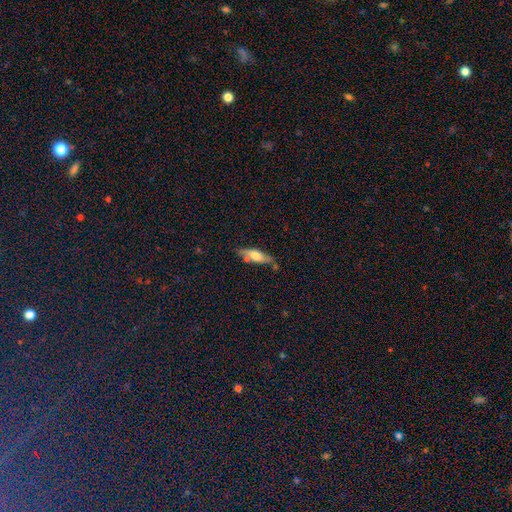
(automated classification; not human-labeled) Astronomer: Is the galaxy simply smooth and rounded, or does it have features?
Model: smooth — 53% (runner-up: featured or disk, 39%).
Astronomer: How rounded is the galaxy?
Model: cigar-shaped — 50% (runner-up: in between, 48%).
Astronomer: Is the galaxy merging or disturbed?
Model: none — 71%.